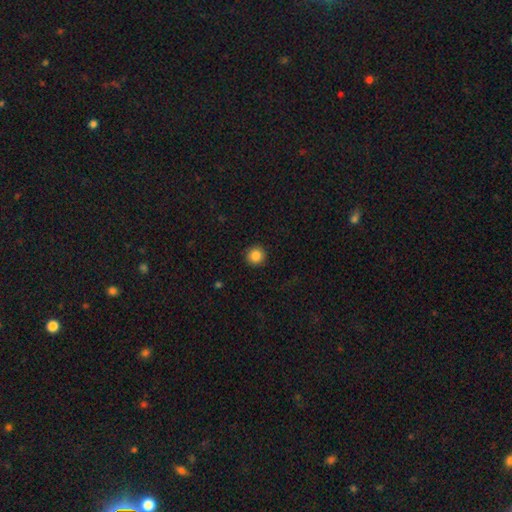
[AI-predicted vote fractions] Smooth or featured? Predicted: smooth (p=0.86). How rounded? Predicted: round (p=0.95). Merging? Predicted: none (p=0.92).